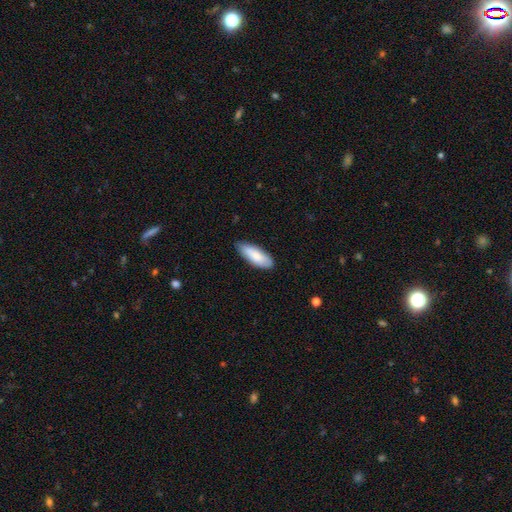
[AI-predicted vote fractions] smooth 80%, featured or disk 14%, star or artifact 5%. Down the decision tree: how rounded — in between (73%); merging — none (79%).